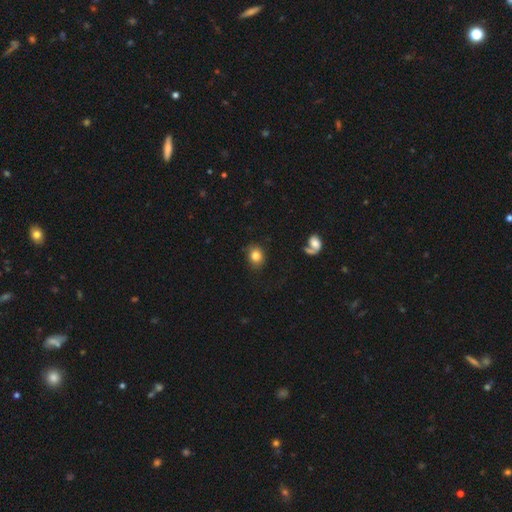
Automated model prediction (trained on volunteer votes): Smooth or featured? smooth (82%)
How rounded? round (57%)
Merging? none (80%)